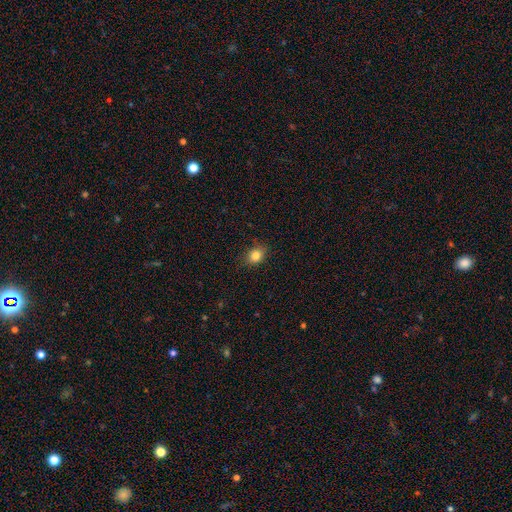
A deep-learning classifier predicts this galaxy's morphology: Q: Smooth or featured?
A: smooth (83%); runner-up: star or artifact (11%)
Q: How rounded?
A: in between (55%); runner-up: round (44%)
Q: Merging?
A: none (82%); runner-up: minor disturbance (14%)